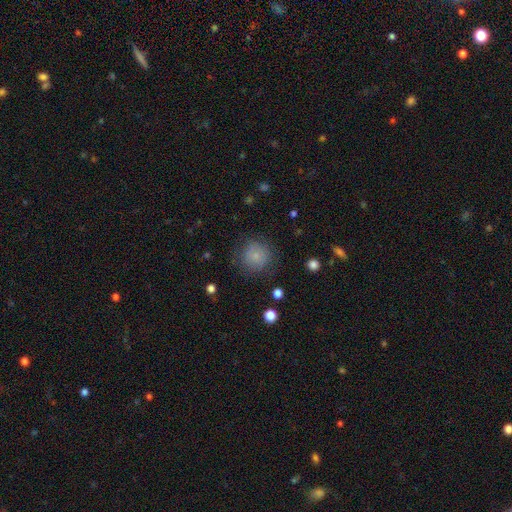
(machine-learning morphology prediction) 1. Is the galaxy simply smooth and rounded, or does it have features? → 80% smooth, 10% star or artifact, 10% featured or disk.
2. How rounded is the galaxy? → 92% round, 7% in between, 1% cigar-shaped.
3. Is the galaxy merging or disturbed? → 78% none, 14% minor disturbance, 6% major disturbance, 1% merger.